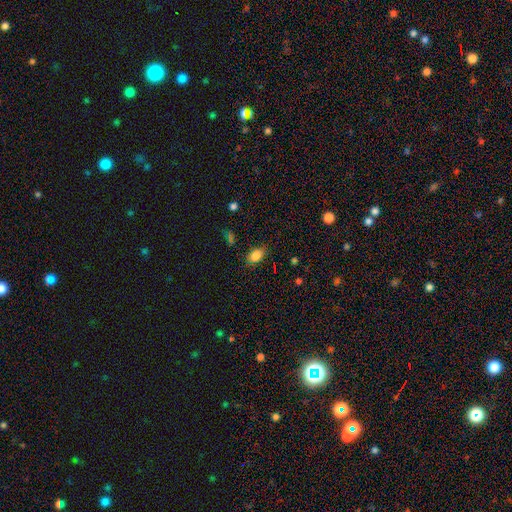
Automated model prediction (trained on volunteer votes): A smooth galaxy with no disk features (84%) that is in between round and cigar-shaped (87%).

Vote fractions:
- Smooth or featured? smooth: 84% / star or artifact: 10% / featured or disk: 6%
- How rounded? in between: 87% / round: 11% / cigar-shaped: 2%
- Merging? none: 83% / minor disturbance: 12% / major disturbance: 3% / merger: 2%